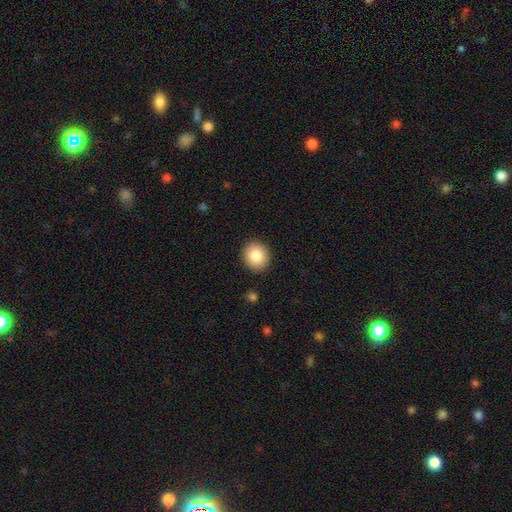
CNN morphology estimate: A smooth galaxy with no disk features (84%) that is round (80%).

Vote fractions:
- Smooth or featured? smooth: 84% / star or artifact: 8% / featured or disk: 8%
- How rounded? round: 80% / in between: 19% / cigar-shaped: 1%
- Merging? none: 91% / minor disturbance: 6% / major disturbance: 2% / merger: 1%